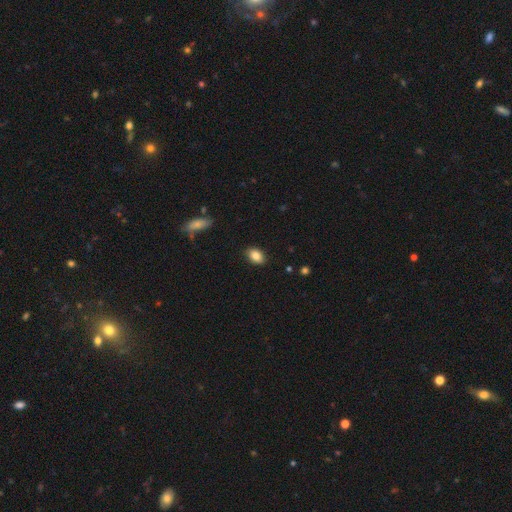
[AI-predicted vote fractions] A smooth galaxy with no disk features (85%) that is in between round and cigar-shaped (84%).

Vote fractions:
- Smooth or featured? smooth: 85% / star or artifact: 8% / featured or disk: 7%
- How rounded? in between: 84% / round: 15% / cigar-shaped: 1%
- Merging? none: 87% / minor disturbance: 9% / major disturbance: 2% / merger: 1%